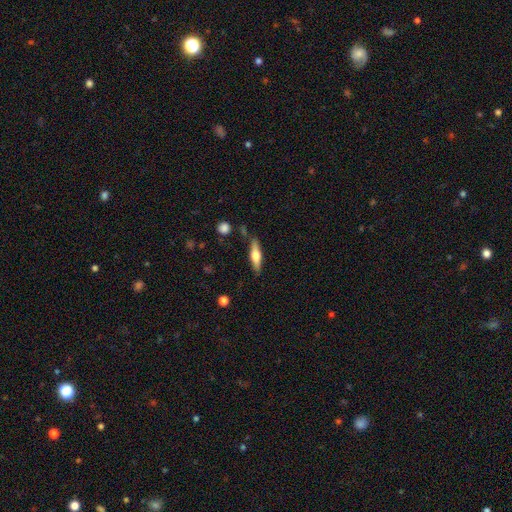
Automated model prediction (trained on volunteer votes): Smooth or featured? featured or disk (48%)
Merging? none (82%)